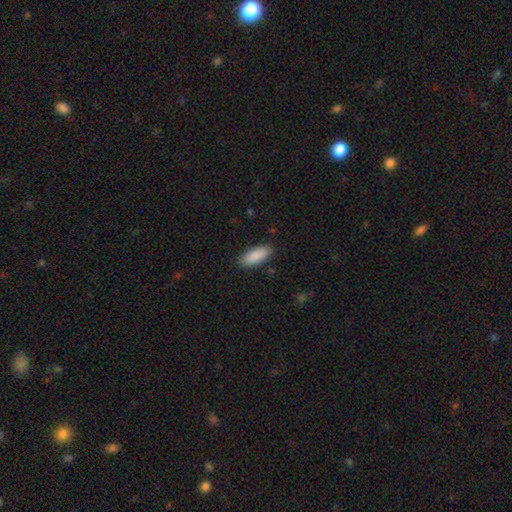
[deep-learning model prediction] smooth 89%, star or artifact 6%, featured or disk 5%. Down the decision tree: how rounded — in between (80%); merging — none (88%).